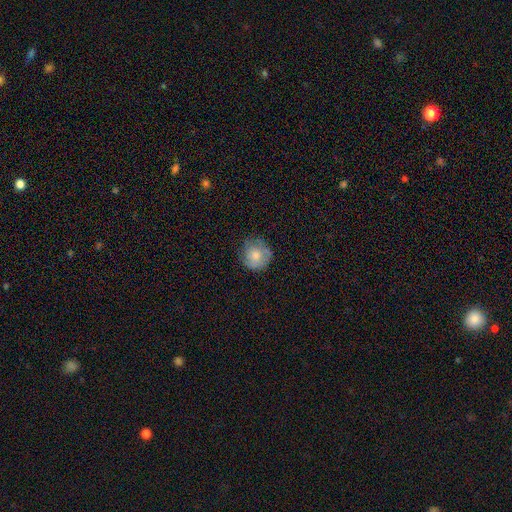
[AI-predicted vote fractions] A smooth galaxy with no disk features (68%) that is round (90%). Merging: none (70%).